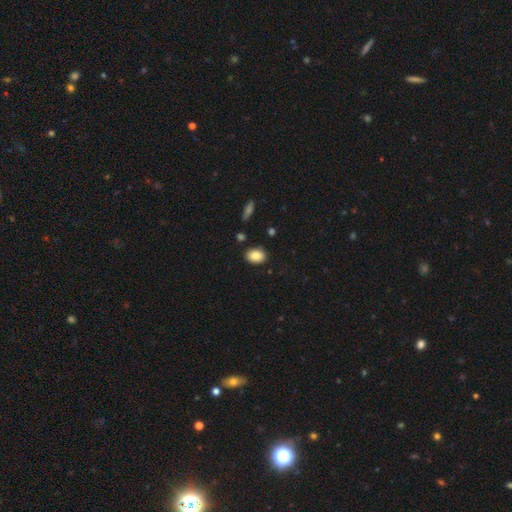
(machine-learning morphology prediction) This is clearly a smooth galaxy (86%). How rounded: likely in between (74%). Merging: clearly none (86%).